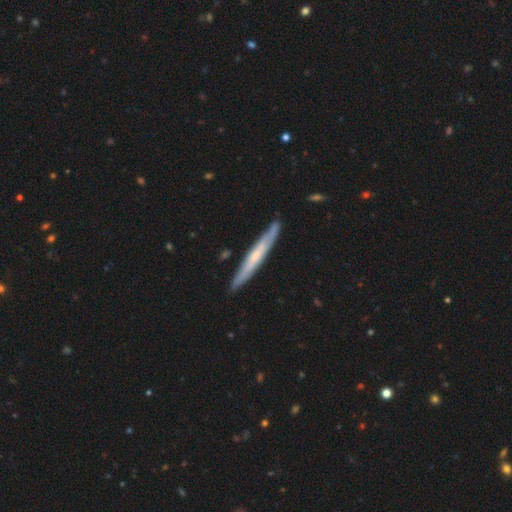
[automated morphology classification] Smooth or featured: featured or disk — 57% (smooth — 38%)
Edge-on disk: yes — 90% (no — 10%)
Edge-on bulge: none — 56% (rounded — 39%)
Merging: none — 87% (minor disturbance — 9%)